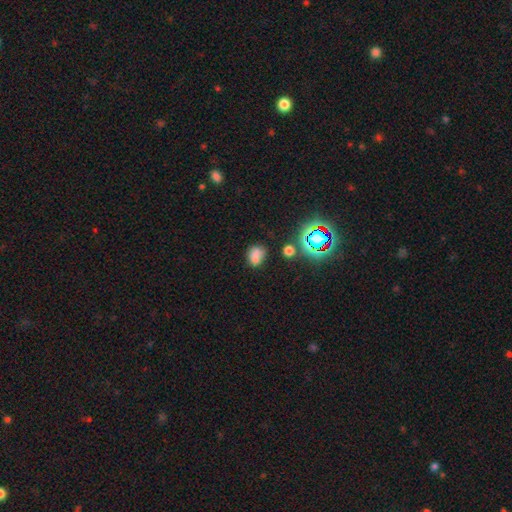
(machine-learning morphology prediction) smooth_or_featured: smooth (p=0.72) [alt: star or artifact p=0.19]
how_rounded: in between (p=0.69) [alt: round p=0.30]
merging: none (p=0.63) [alt: minor disturbance p=0.21]